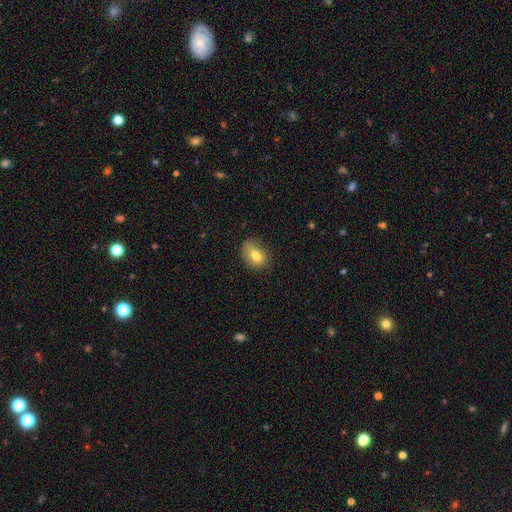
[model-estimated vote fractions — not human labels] Q: Smooth or featured?
A: smooth (76%); runner-up: featured or disk (15%)
Q: How rounded?
A: in between (77%); runner-up: round (21%)
Q: Merging?
A: none (52%); runner-up: minor disturbance (26%)